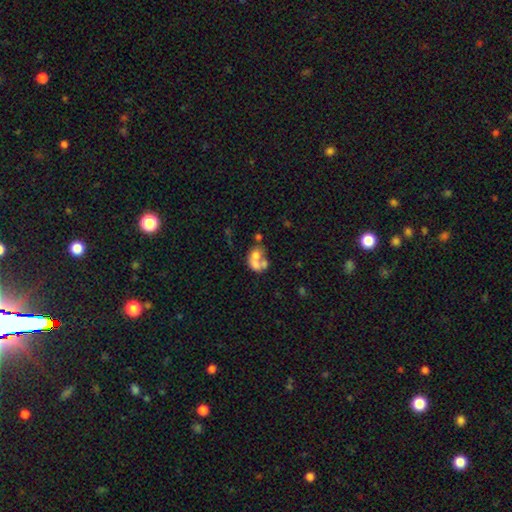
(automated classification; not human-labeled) A smooth galaxy with no disk features (46%).

Vote fractions:
- Smooth or featured? smooth: 46% / featured or disk: 33% / star or artifact: 22%
- Merging? merger: 57% / none: 26% / major disturbance: 9% / minor disturbance: 8%